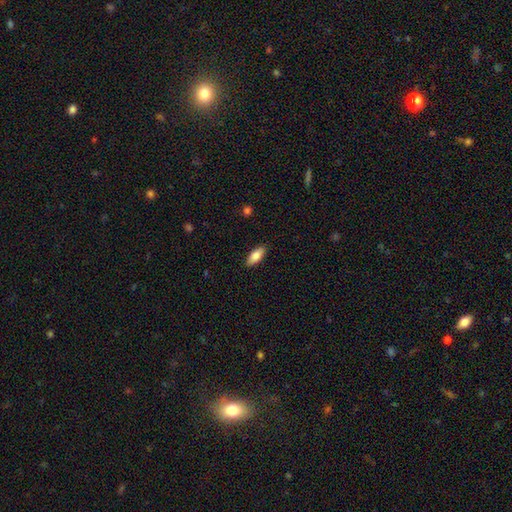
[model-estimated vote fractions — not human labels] Morphology: type=smooth (81%); roundness=in between (80%); merging=none (89%).